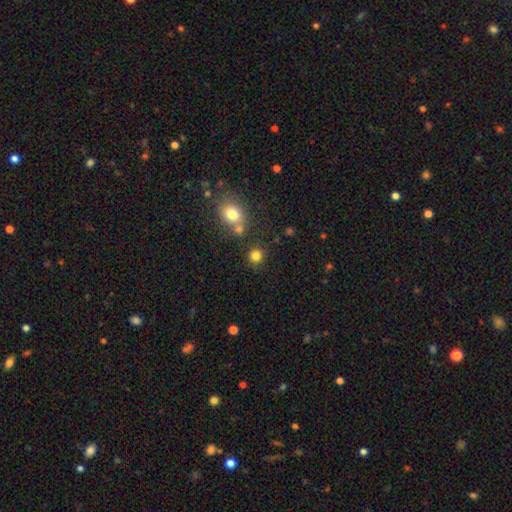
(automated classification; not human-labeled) smooth 81%, star or artifact 14%, featured or disk 5%. Down the decision tree: how rounded — round (88%); merging — none (76%).